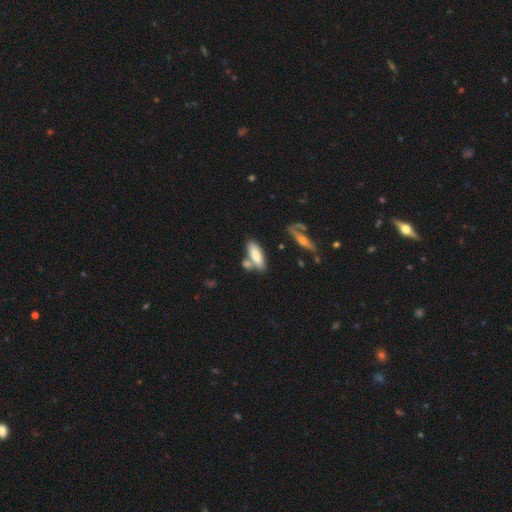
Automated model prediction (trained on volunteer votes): Smooth or featured: smooth — 79% (featured or disk — 15%)
How rounded: in between — 70% (cigar-shaped — 28%)
Merging: none — 55% (merger — 27%)